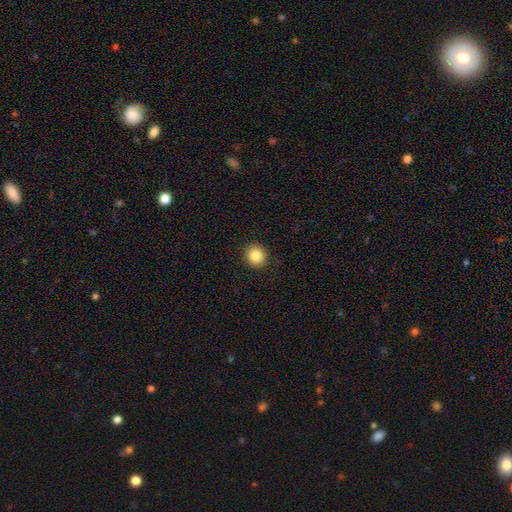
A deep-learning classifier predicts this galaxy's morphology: Smooth or featured? Predicted: smooth (p=0.85). How rounded? Predicted: round (p=0.91). Merging? Predicted: none (p=0.92).